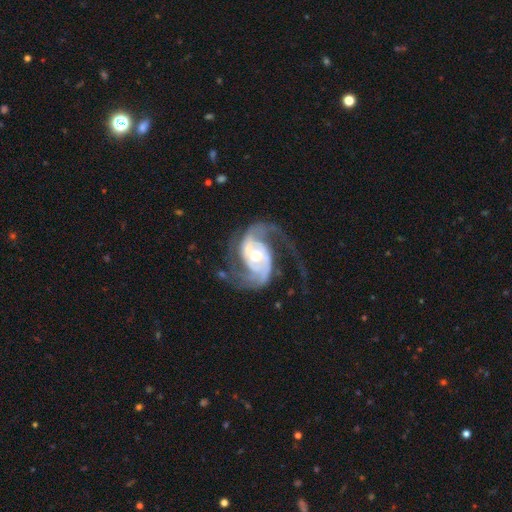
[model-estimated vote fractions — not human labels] Smooth or featured? Predicted: featured or disk (p=0.92). Edge-on disk? Predicted: no (p=0.98). Bar? Predicted: no (p=0.46). Spiral arms? Predicted: yes (p=0.97). Spiral winding? Predicted: medium (p=0.49). Spiral arm count? Predicted: 2 (p=0.74). Bulge size? Predicted: moderate (p=0.65). Merging? Predicted: none (p=0.51).